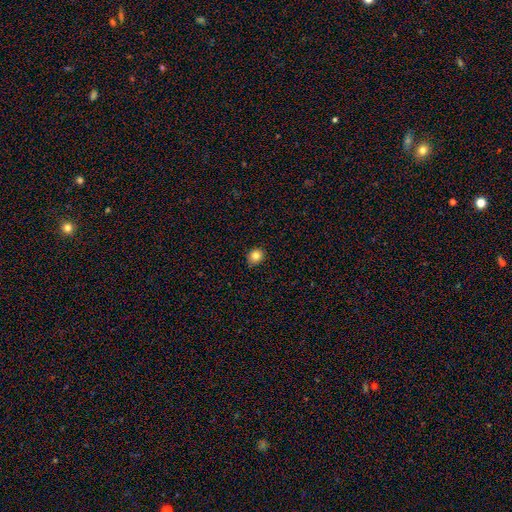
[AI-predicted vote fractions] Smooth or featured? smooth (82%)
How rounded? round (74%)
Merging? none (89%)